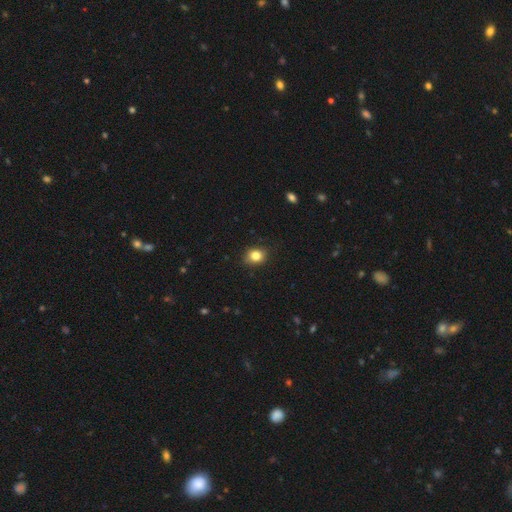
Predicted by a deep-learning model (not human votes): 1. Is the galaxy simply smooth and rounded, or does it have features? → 83% smooth, 11% star or artifact, 6% featured or disk.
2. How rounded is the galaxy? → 62% round, 37% in between, 1% cigar-shaped.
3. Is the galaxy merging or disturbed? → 85% none, 12% minor disturbance, 2% major disturbance, 1% merger.